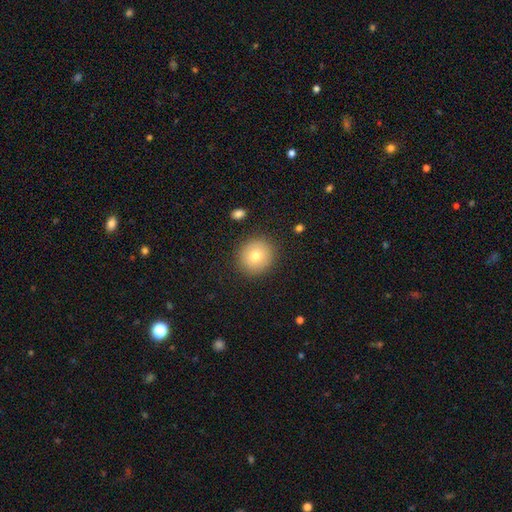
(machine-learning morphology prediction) A smooth galaxy with no disk features (77%) that is round (90%). Merging: none (90%).